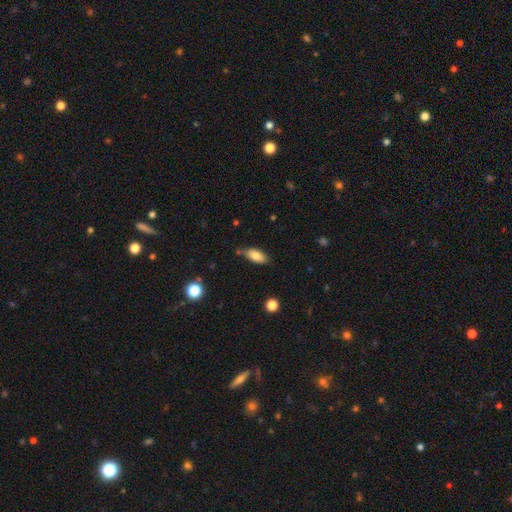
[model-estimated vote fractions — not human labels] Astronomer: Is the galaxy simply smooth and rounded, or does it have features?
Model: smooth — 81%.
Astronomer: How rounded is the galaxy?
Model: in between — 82%.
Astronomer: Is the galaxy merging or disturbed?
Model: none — 73%.